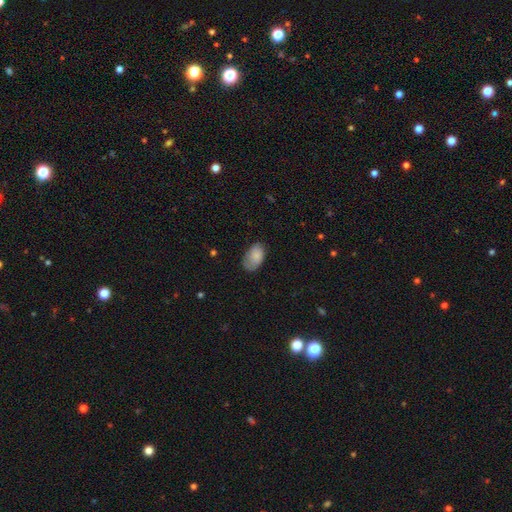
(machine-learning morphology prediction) Smooth or featured? Predicted: smooth (p=0.83). How rounded? Predicted: in between (p=0.92). Merging? Predicted: none (p=0.65).